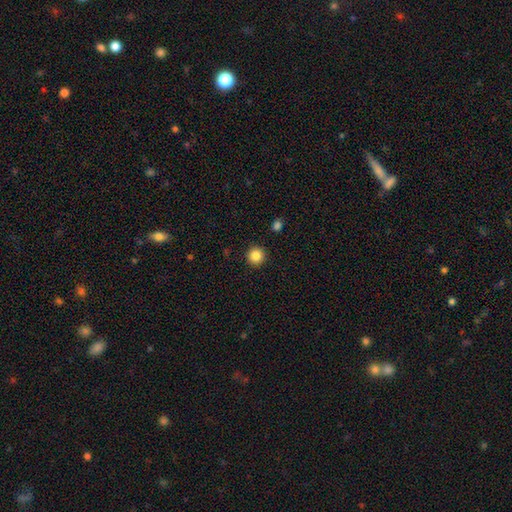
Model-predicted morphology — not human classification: This is clearly a smooth galaxy (86%). How rounded: clearly round (95%). Merging: clearly none (93%).